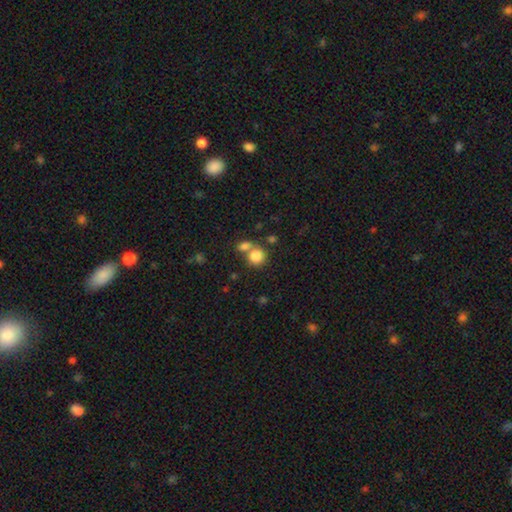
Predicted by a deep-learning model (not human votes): smooth-or-featured: smooth: 83% | star or artifact: 10% | featured or disk: 7%
  how-rounded: round: 84% | in between: 15% | cigar-shaped: 1%
  merging: none: 50% | merger: 38% | minor disturbance: 8% | major disturbance: 4%